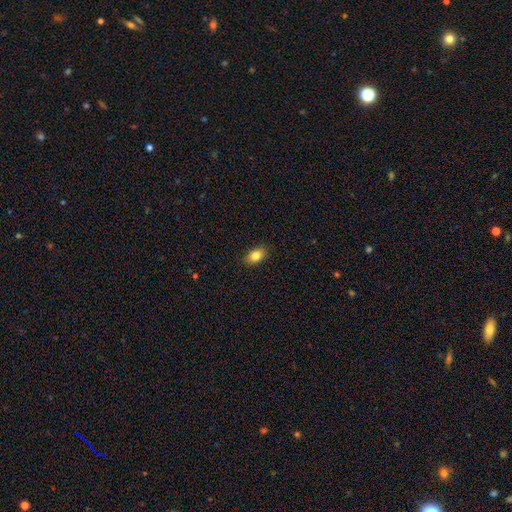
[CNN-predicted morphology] Smooth or featured? smooth (83%)
How rounded? in between (84%)
Merging? none (88%)